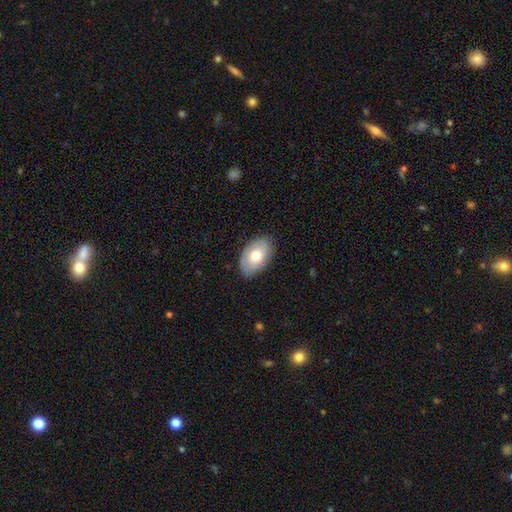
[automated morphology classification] Q: Smooth or featured?
A: smooth (72%); runner-up: featured or disk (22%)
Q: How rounded?
A: in between (92%); runner-up: round (7%)
Q: Merging?
A: none (82%); runner-up: minor disturbance (14%)